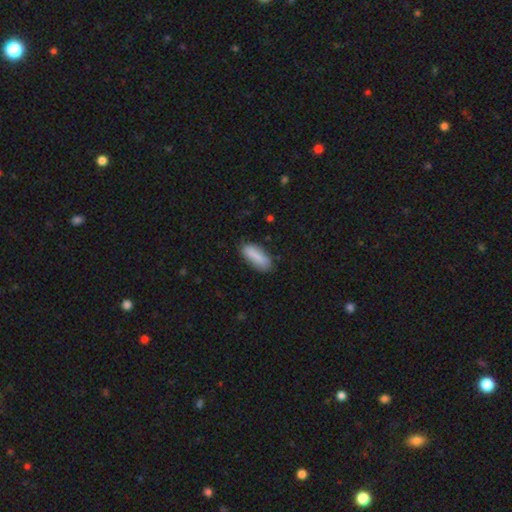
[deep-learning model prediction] Smooth or featured? Predicted: smooth (p=0.85). How rounded? Predicted: in between (p=0.65). Merging? Predicted: none (p=0.78).